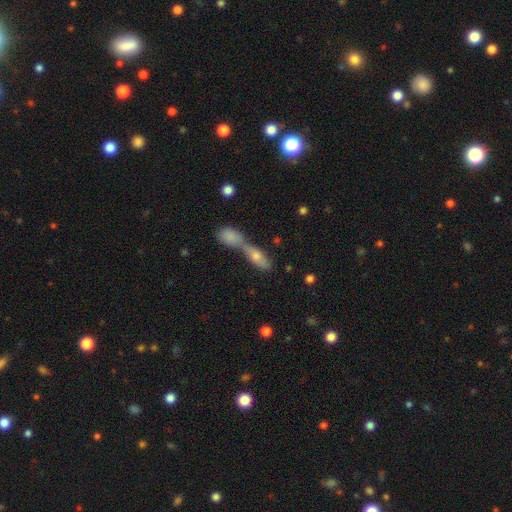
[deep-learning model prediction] A smooth galaxy with no disk features (59%) that is in between round and cigar-shaped (50%). Merging: merger (59%).